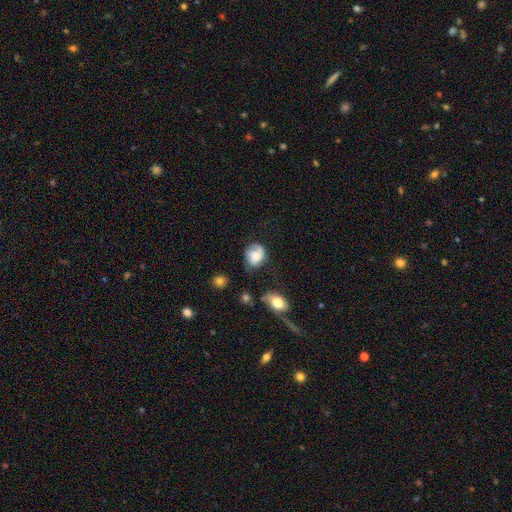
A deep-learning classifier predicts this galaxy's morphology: featured or disk 49%, smooth 43%, star or artifact 8%. Down the decision tree: merging — none (57%).